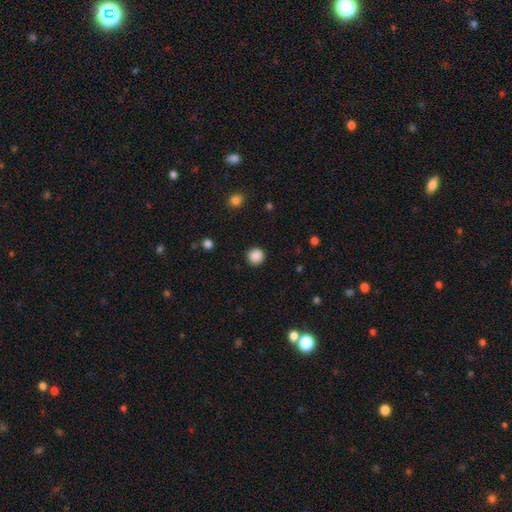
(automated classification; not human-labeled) The model was most divided on "smooth or featured": smooth: 88%, star or artifact: 10%, featured or disk: 2%. More confident: how rounded — round (94%); merging — none (91%).